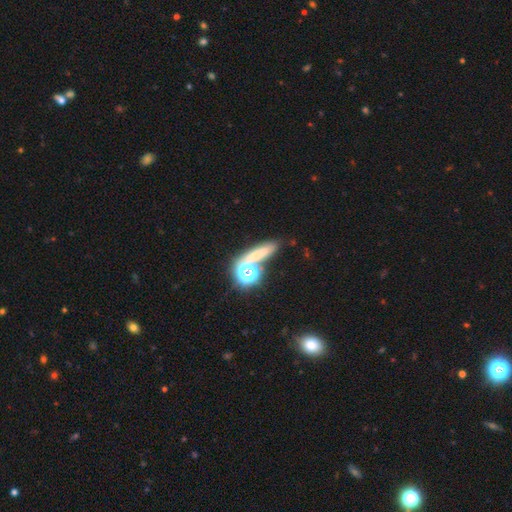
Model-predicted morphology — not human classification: smooth-or-featured: smooth: 56% | star or artifact: 29% | featured or disk: 15%
  how-rounded: cigar-shaped: 45% | round: 31% | in between: 23%
  merging: none: 60% | merger: 20% | minor disturbance: 12% | major disturbance: 8%